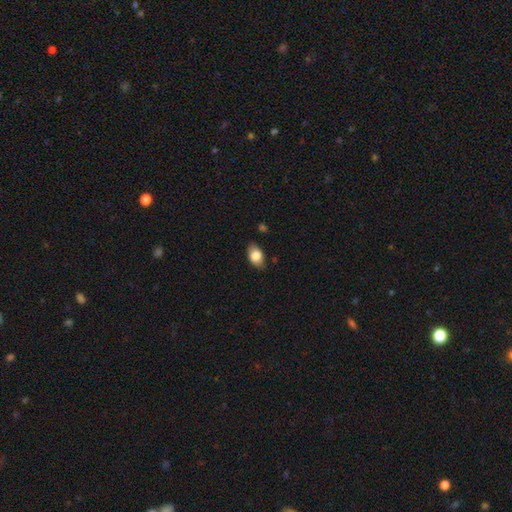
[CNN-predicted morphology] smooth_or_featured: smooth (p=0.80) [alt: featured or disk p=0.13]
how_rounded: in between (p=0.88) [alt: round p=0.10]
merging: none (p=0.81) [alt: minor disturbance p=0.15]